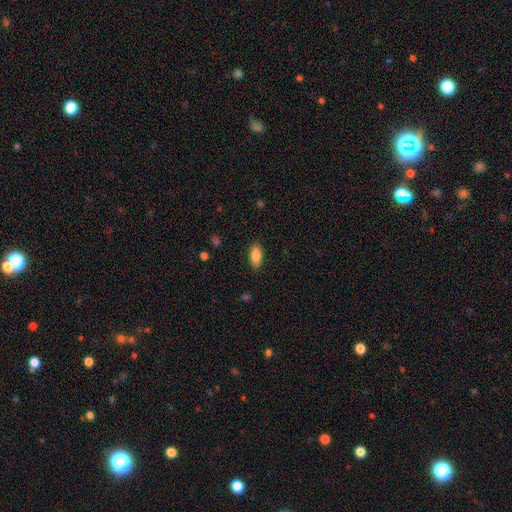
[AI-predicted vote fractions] This appears to be a smooth galaxy with no disk features (87%) that is in between round and cigar-shaped (88%). Merging: none (87%).